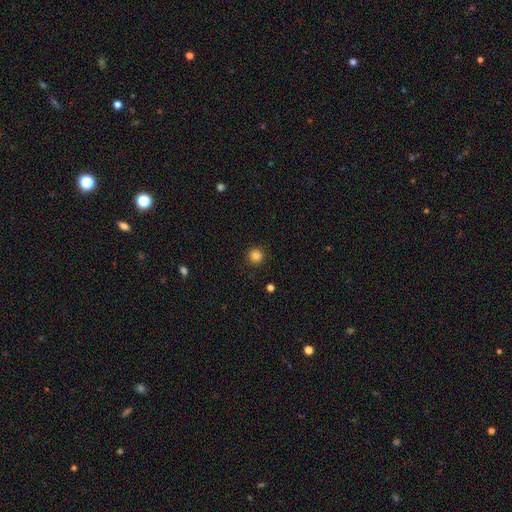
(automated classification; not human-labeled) smooth 84%, star or artifact 12%, featured or disk 4%. Down the decision tree: how rounded — round (95%); merging — none (92%).